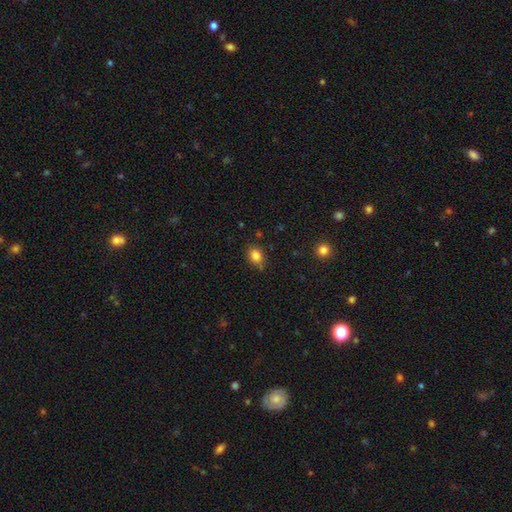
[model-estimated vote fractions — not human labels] smooth 84%, star or artifact 11%, featured or disk 6%. Down the decision tree: how rounded — in between (54%); merging — none (74%).